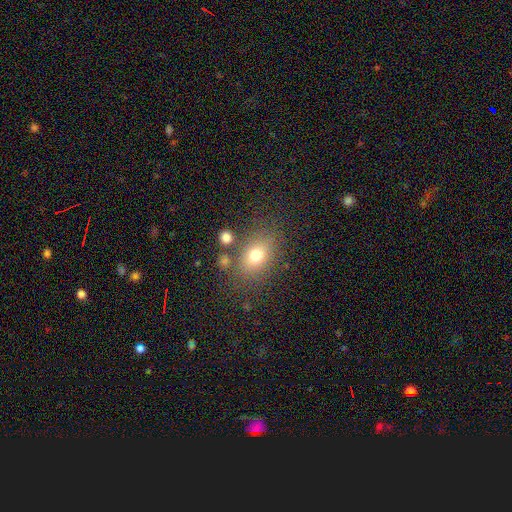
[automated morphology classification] The model was most divided on "how rounded": in between: 72%, round: 26%, cigar-shaped: 2%. More confident: merging — none (75%); smooth or featured — smooth (74%).